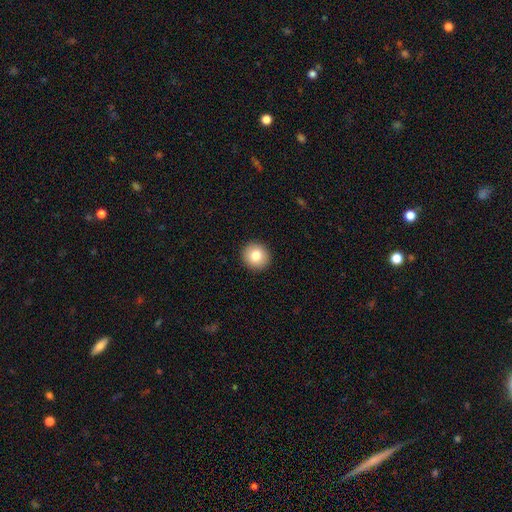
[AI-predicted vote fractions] This appears to be a smooth galaxy with no disk features (82%) that is round (92%). Merging: none (93%).